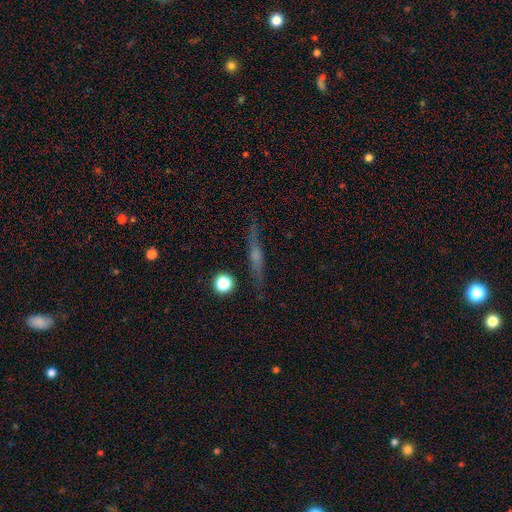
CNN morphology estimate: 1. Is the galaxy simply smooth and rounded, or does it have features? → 64% featured or disk, 26% smooth, 10% star or artifact.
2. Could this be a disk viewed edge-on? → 96% yes, 4% no.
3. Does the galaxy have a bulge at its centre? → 70% rounded, 20% none, 10% boxy.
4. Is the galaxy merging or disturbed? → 88% none, 8% minor disturbance, 2% major disturbance, 2% merger.